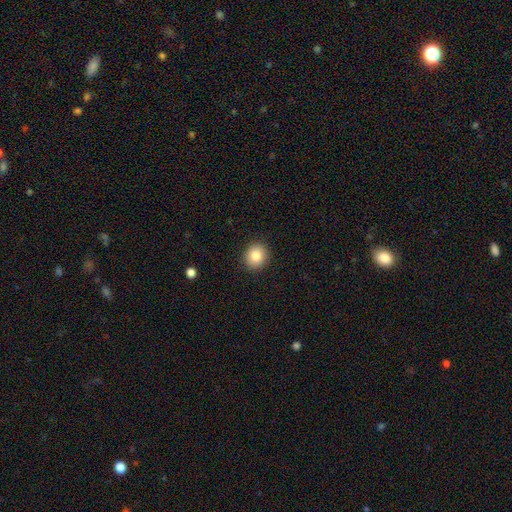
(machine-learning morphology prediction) smooth_or_featured: smooth (p=0.85) [alt: star or artifact p=0.09]
how_rounded: round (p=0.80) [alt: in between p=0.19]
merging: none (p=0.91) [alt: minor disturbance p=0.06]